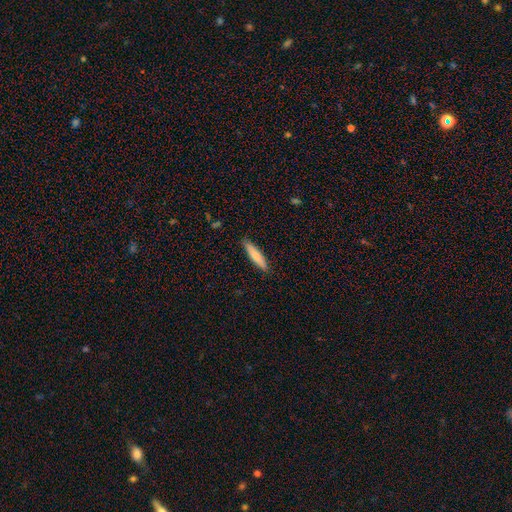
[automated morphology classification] Smooth or featured?
  - smooth: 69% *
  - featured or disk: 25%
  - star or artifact: 6%
How rounded?
  - cigar-shaped: 81% *
  - in between: 18%
  - round: 2%
Merging?
  - none: 88% *
  - minor disturbance: 9%
  - major disturbance: 2%
  - merger: 1%